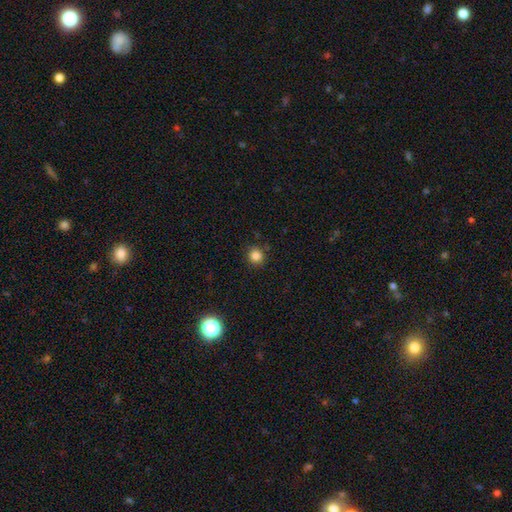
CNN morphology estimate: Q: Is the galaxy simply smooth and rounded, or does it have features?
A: smooth — 83%.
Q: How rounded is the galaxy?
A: round — 92%.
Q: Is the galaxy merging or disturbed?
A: none — 88%.